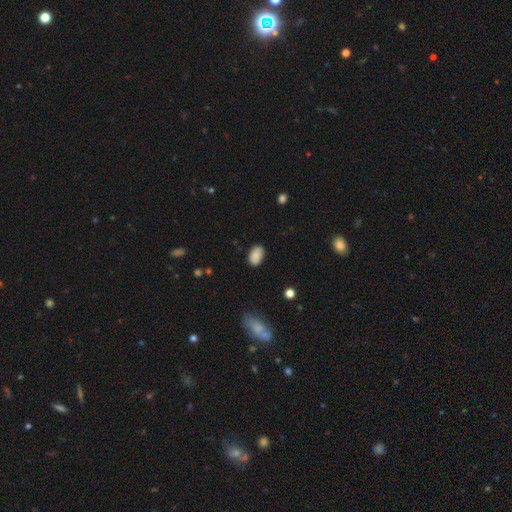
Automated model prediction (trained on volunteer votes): Overall: smooth (88%). How rounded: in between (91%). Merging: none (84%).